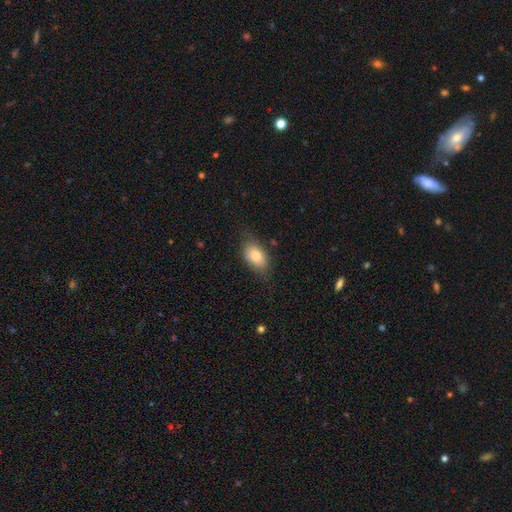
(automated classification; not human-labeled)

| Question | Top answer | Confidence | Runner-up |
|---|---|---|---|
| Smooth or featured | smooth | 80% | featured or disk (13%) |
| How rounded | in between | 88% | round (10%) |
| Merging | none | 74% | minor disturbance (20%) |